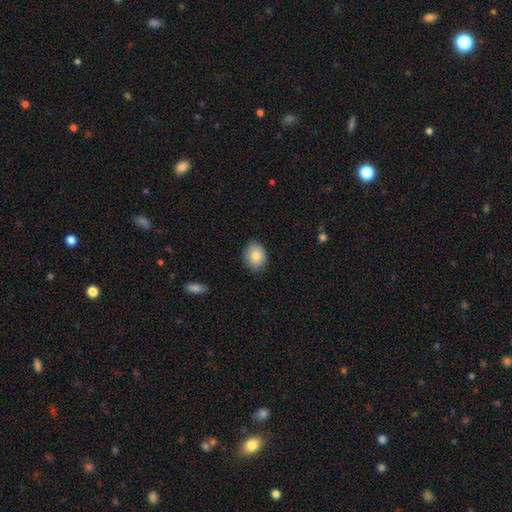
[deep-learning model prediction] Smooth or featured?
  - smooth: 83% *
  - featured or disk: 9%
  - star or artifact: 8%
How rounded?
  - in between: 54% *
  - round: 45%
  - cigar-shaped: 1%
Merging?
  - none: 85% *
  - minor disturbance: 11%
  - major disturbance: 2%
  - merger: 1%